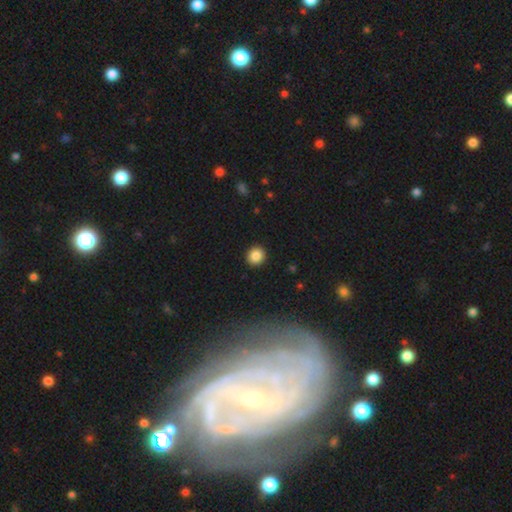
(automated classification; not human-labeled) This is clearly a smooth galaxy (87%). How rounded: clearly round (84%). Merging: clearly none (92%).